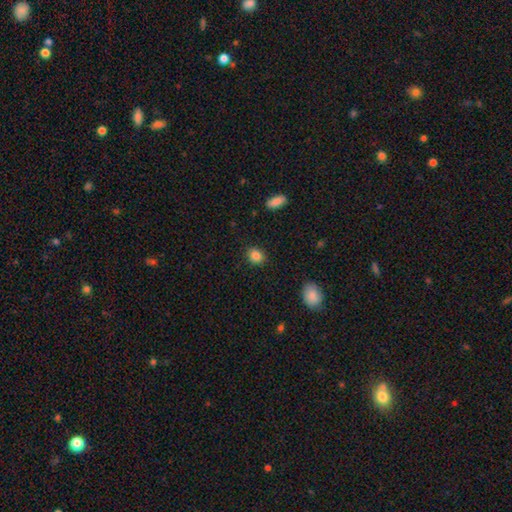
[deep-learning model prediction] smooth_or_featured: smooth (p=0.85) [alt: star or artifact p=0.10]
how_rounded: round (p=0.58) [alt: in between p=0.41]
merging: none (p=0.88) [alt: minor disturbance p=0.08]